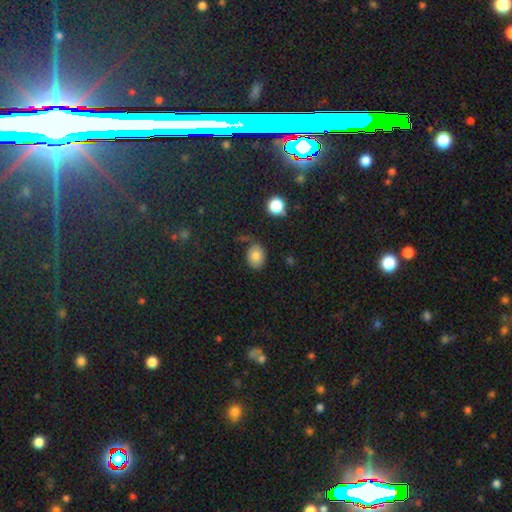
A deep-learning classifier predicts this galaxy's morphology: Smooth or featured: smooth — 78% (star or artifact — 11%)
How rounded: in between — 55% (round — 44%)
Merging: none — 70% (minor disturbance — 20%)